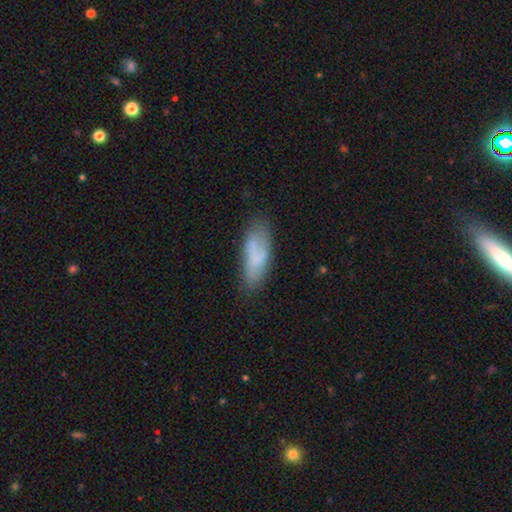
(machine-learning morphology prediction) Smooth or featured?
  - smooth: 65% *
  - featured or disk: 27%
  - star or artifact: 8%
How rounded?
  - in between: 67% *
  - cigar-shaped: 31%
  - round: 2%
Merging?
  - none: 63% *
  - minor disturbance: 24%
  - major disturbance: 9%
  - merger: 4%